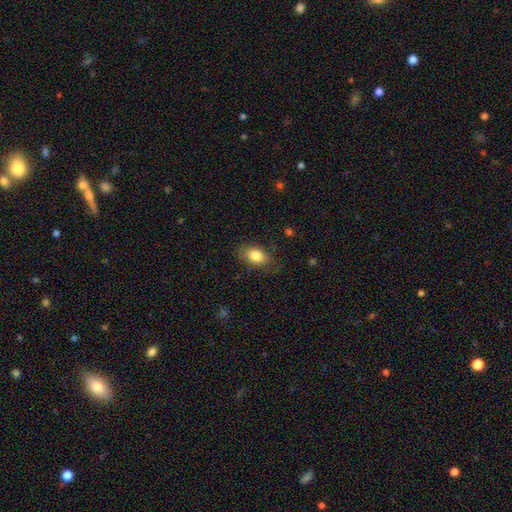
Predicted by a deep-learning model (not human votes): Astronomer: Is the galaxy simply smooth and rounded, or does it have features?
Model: smooth — 82%.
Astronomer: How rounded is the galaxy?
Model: in between — 86%.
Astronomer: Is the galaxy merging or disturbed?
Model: none — 79%.